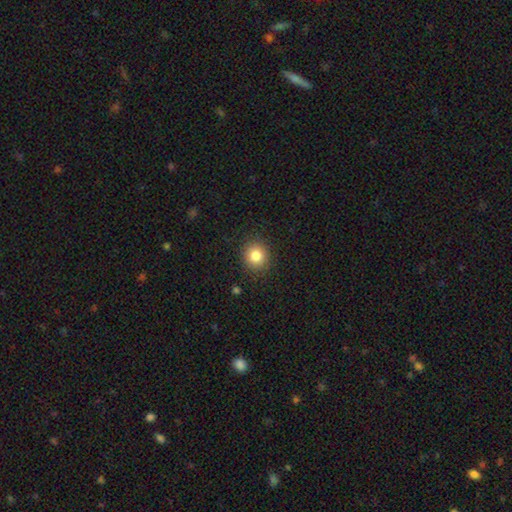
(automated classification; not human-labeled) Smooth or featured: smooth — 84% (star or artifact — 10%)
How rounded: round — 85% (in between — 14%)
Merging: none — 89% (minor disturbance — 7%)